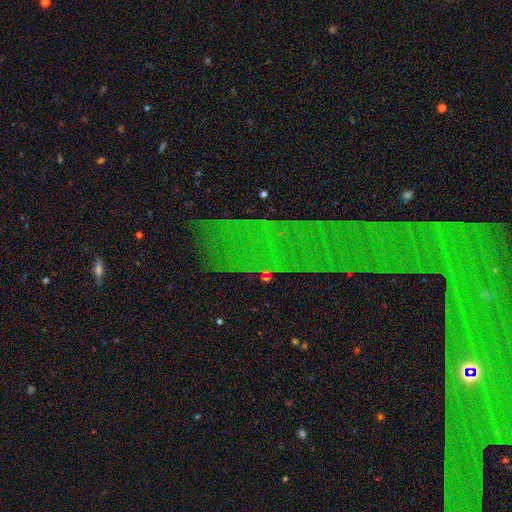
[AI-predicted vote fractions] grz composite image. It shows a star or artifact, not a galaxy (67%).